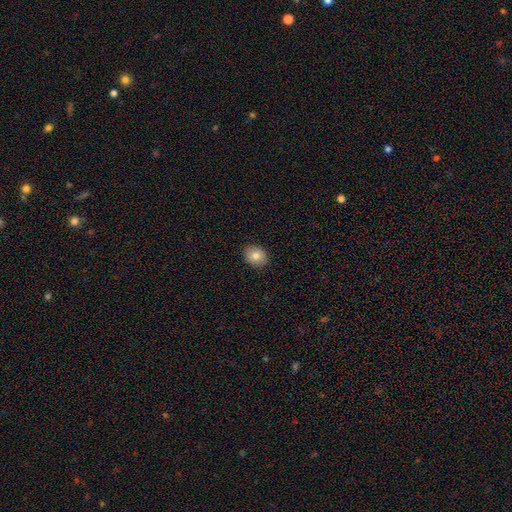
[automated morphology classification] Smooth or featured: smooth — 83% (star or artifact — 9%)
How rounded: round — 56% (in between — 43%)
Merging: none — 90% (minor disturbance — 7%)